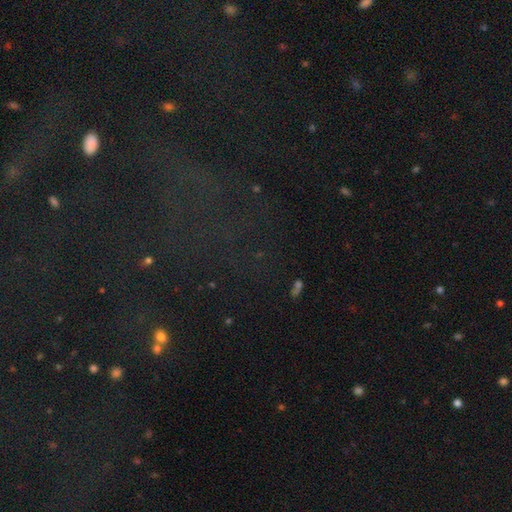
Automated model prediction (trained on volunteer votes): This appears to be a star or artifact, not a galaxy (73%).